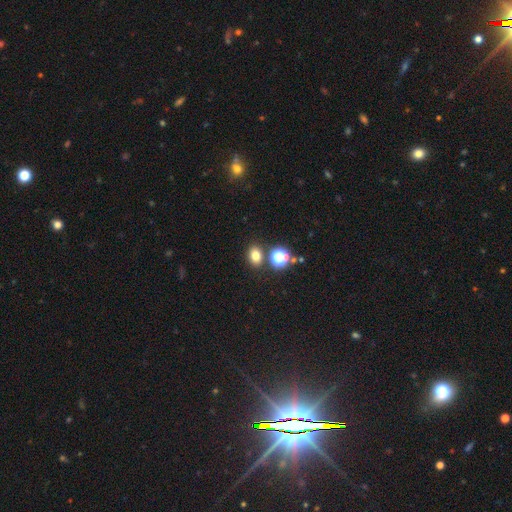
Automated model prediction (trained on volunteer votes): smooth_or_featured: smooth (p=0.74) [alt: star or artifact p=0.18]
how_rounded: in between (p=0.56) [alt: round p=0.43]
merging: none (p=0.78) [alt: merger p=0.10]